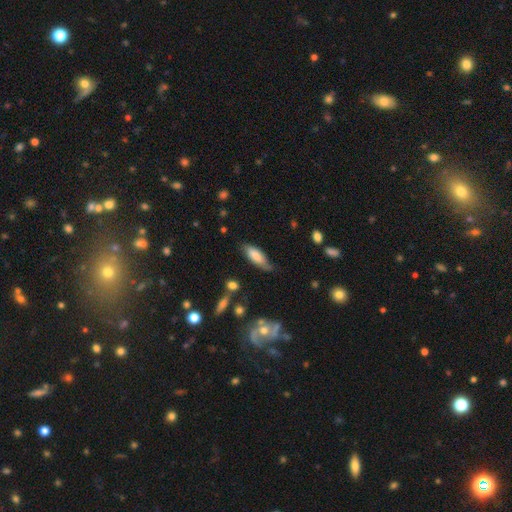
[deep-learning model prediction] This is likely a smooth galaxy (73%). How rounded: likely in between (67%). Merging: possibly none (57%).